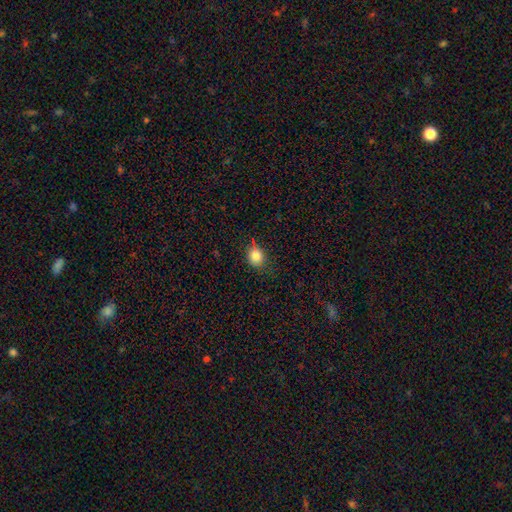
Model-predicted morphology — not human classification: Smooth or featured? Predicted: smooth (p=0.84). How rounded? Predicted: round (p=0.67). Merging? Predicted: none (p=0.71).